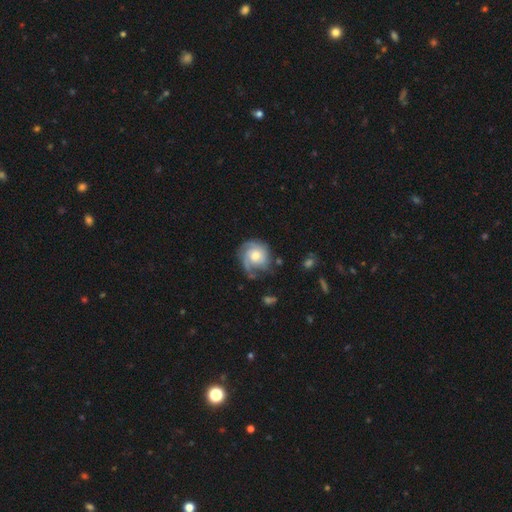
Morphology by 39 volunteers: Overall: featured or disk (82%). Edge-on disk: no (100%). Bar: no (81%). Spiral arms: yes (94%). Spiral arm count: 2 (40%; 3 33%). Spiral winding: tight (50%; medium 43%). Bulge size: moderate (81%). Merging: none (76%).